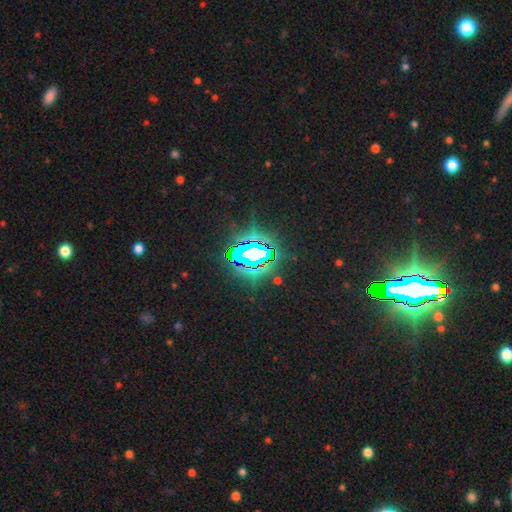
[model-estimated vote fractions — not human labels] Smooth or featured?
  - star or artifact: 78% *
  - smooth: 11%
  - featured or disk: 11%